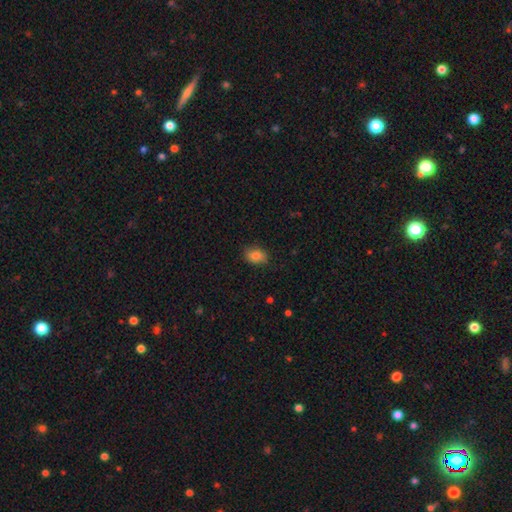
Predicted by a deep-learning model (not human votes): Q: Smooth or featured?
A: smooth (82%); runner-up: star or artifact (9%)
Q: How rounded?
A: in between (81%); runner-up: round (18%)
Q: Merging?
A: none (82%); runner-up: minor disturbance (14%)